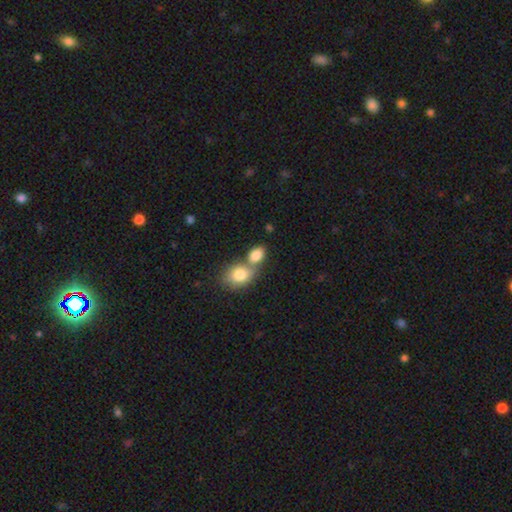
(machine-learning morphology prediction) Smooth or featured? smooth (83%)
How rounded? in between (77%)
Merging? merger (55%)